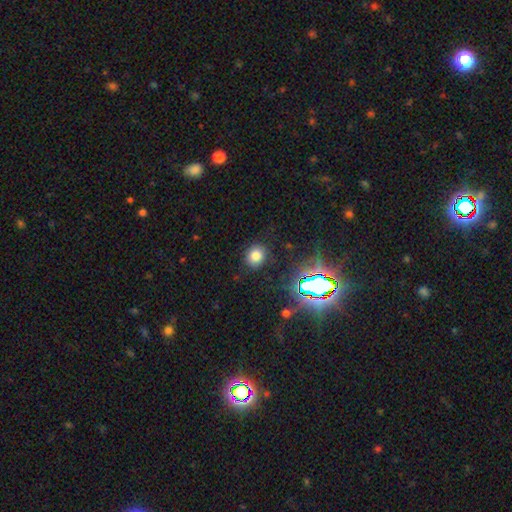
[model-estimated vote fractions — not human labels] smooth 75%, star or artifact 19%, featured or disk 7%. Down the decision tree: how rounded — round (75%); merging — none (86%).